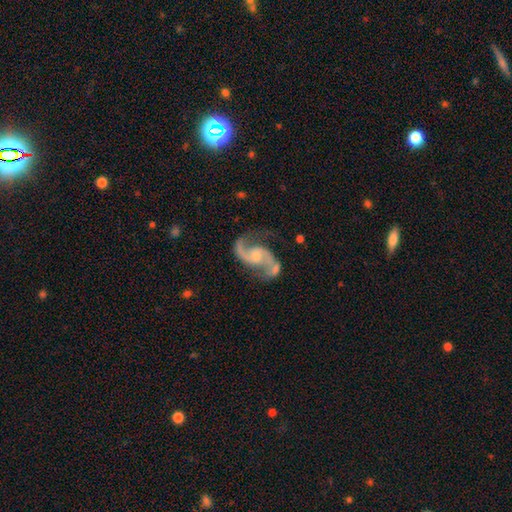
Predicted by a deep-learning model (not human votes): Smooth or featured?
  - featured or disk: 92% *
  - star or artifact: 5%
  - smooth: 4%
Edge-on disk?
  - no: 98% *
  - yes: 2%
Bar?
  - no: 55% *
  - weak: 36%
  - strong: 9%
Spiral arms?
  - yes: 97% *
  - no: 3%
Spiral winding?
  - loose: 49% *
  - medium: 43%
  - tight: 8%
Spiral arm count?
  - 2: 93% *
  - 1: 2%
  - can't tell: 2%
  - 3: 2%
  - 4: 1%
  - more than 4: 1%
Bulge size?
  - small: 55% *
  - moderate: 36%
  - none: 7%
  - large: 2%
  - dominant: 1%
Merging?
  - none: 64% *
  - minor disturbance: 18%
  - major disturbance: 10%
  - merger: 8%